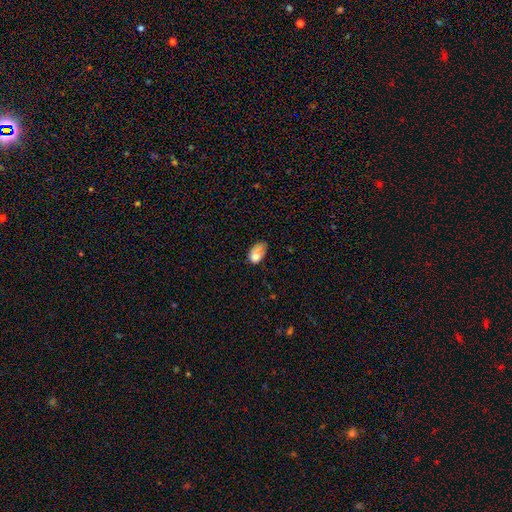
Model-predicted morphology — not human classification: Smooth or featured? smooth (76%)
How rounded? in between (86%)
Merging? minor disturbance (41%)